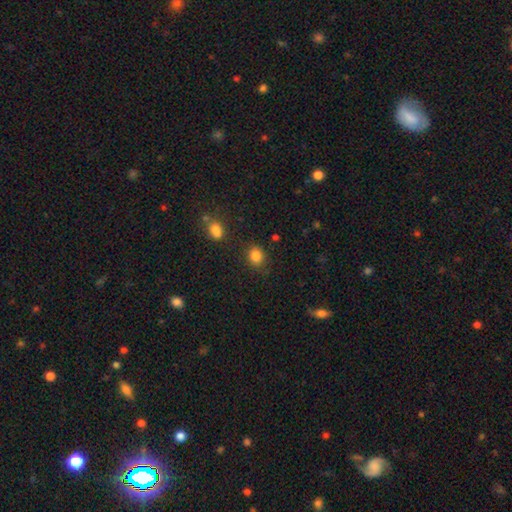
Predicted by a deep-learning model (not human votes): Overall: smooth (85%). How rounded: round (63%; in between 36%). Merging: none (80%).